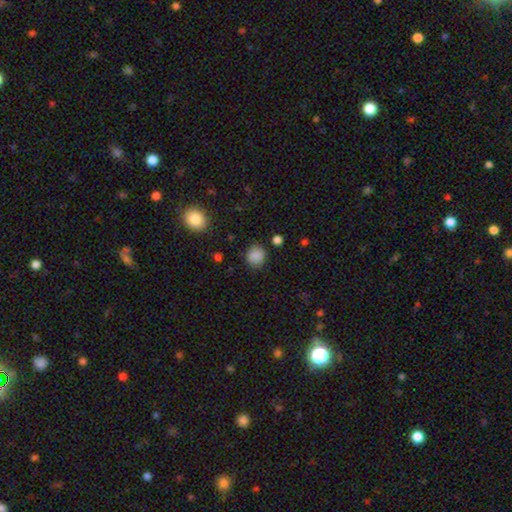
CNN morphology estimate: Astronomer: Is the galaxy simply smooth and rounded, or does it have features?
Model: smooth — 86%.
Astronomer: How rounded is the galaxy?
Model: round — 81%.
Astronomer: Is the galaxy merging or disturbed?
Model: none — 84%.